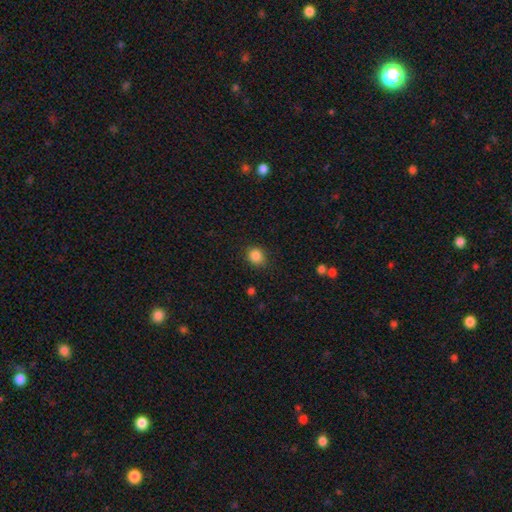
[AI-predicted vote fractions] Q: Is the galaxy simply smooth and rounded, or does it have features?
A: smooth — 85%.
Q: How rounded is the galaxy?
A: round — 78%.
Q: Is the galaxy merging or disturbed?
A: none — 85%.